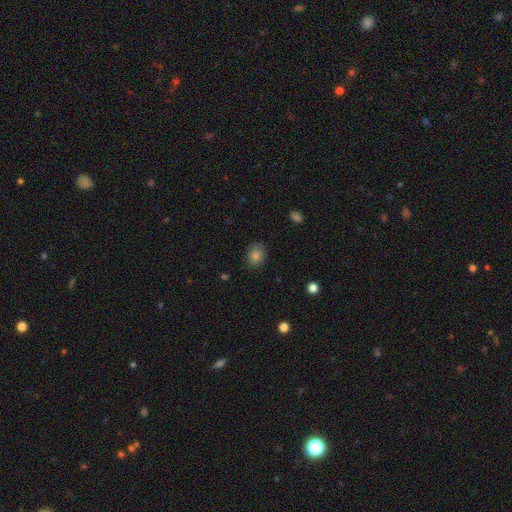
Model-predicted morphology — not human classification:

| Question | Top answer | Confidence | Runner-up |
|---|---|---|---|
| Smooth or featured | smooth | 81% | star or artifact (12%) |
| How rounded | in between | 50% | round (49%) |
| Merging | none | 82% | minor disturbance (14%) |